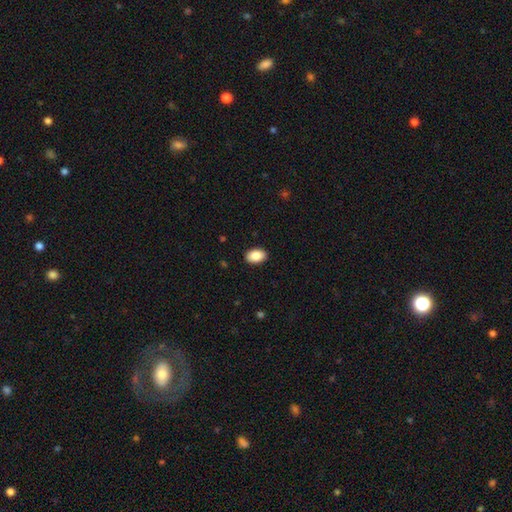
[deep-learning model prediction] A smooth galaxy with no disk features (87%) that is in between round and cigar-shaped (89%). Merging: none (90%).